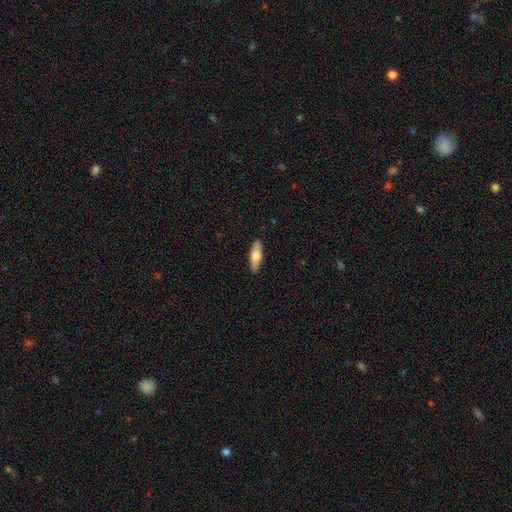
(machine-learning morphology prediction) A smooth galaxy with no disk features (61%) that is cigar-shaped (49%).

Vote fractions:
- Smooth or featured? smooth: 61% / featured or disk: 34% / star or artifact: 5%
- How rounded? cigar-shaped: 49% / in between: 48% / round: 2%
- Merging? none: 90% / minor disturbance: 8% / major disturbance: 2% / merger: 1%